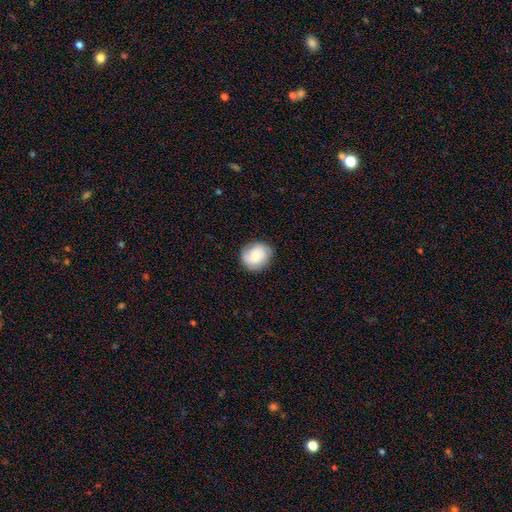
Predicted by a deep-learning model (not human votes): Smooth or featured?
  - smooth: 65% *
  - featured or disk: 27%
  - star or artifact: 8%
How rounded?
  - round: 71% *
  - in between: 29%
  - cigar-shaped: 1%
Merging?
  - none: 83% *
  - minor disturbance: 12%
  - major disturbance: 3%
  - merger: 1%